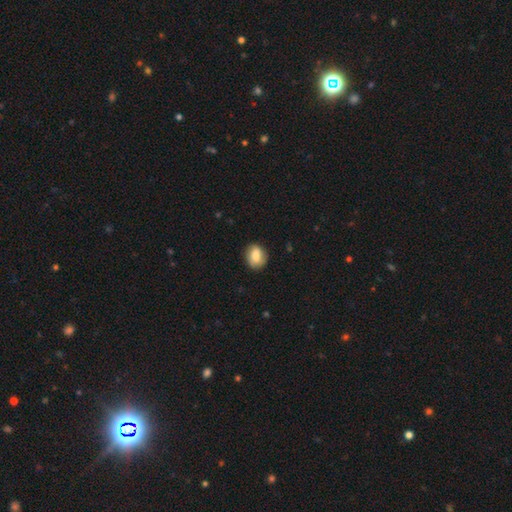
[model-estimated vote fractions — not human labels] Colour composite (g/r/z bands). It shows a smooth galaxy with no disk features (82%) that is round (53%). Merging: none (83%).